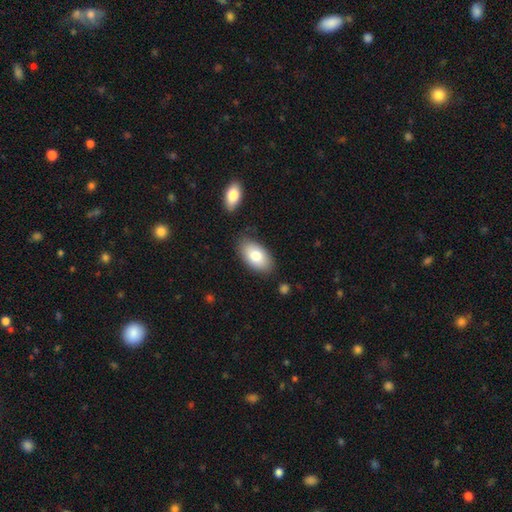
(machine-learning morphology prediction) A smooth galaxy with no disk features (79%) that is in between round and cigar-shaped (94%).

Vote fractions:
- Smooth or featured? smooth: 79% / featured or disk: 14% / star or artifact: 6%
- How rounded? in between: 94% / round: 4% / cigar-shaped: 2%
- Merging? none: 81% / minor disturbance: 12% / merger: 4% / major disturbance: 3%